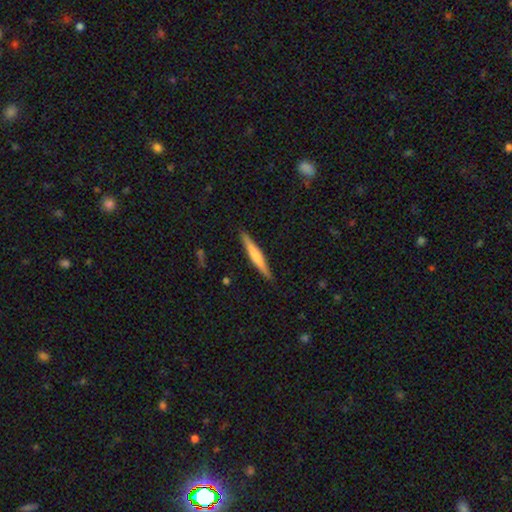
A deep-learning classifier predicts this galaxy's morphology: Smooth or featured? Predicted: smooth (p=0.51). How rounded? Predicted: cigar-shaped (p=0.94). Merging? Predicted: none (p=0.90).